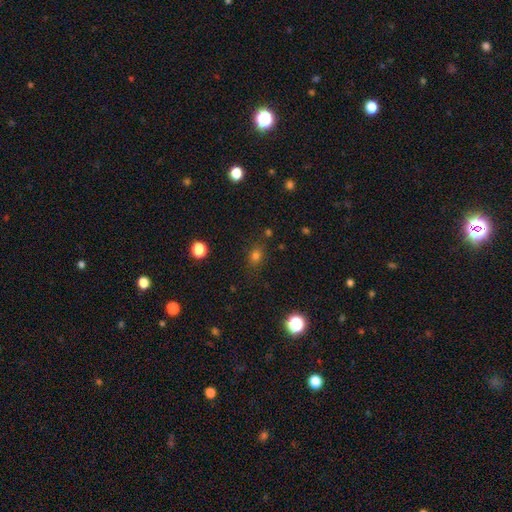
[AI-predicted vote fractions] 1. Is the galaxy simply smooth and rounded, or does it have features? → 74% smooth, 20% star or artifact, 6% featured or disk.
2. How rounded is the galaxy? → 52% round, 46% in between, 2% cigar-shaped.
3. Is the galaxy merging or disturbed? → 81% none, 12% minor disturbance, 4% major disturbance, 3% merger.